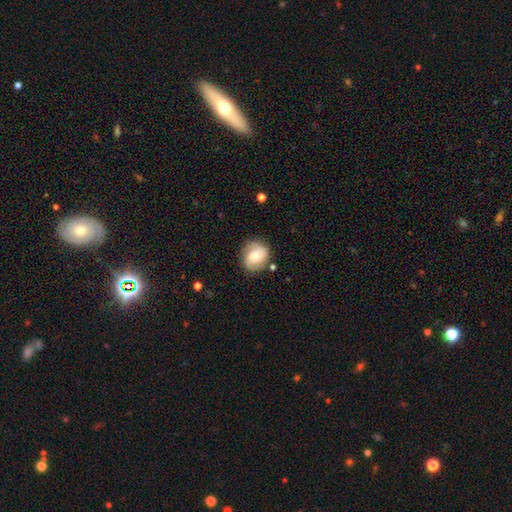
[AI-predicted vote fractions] A smooth galaxy with no disk features (47%).

Vote fractions:
- Smooth or featured? smooth: 47% / featured or disk: 45% / star or artifact: 8%
- Merging? none: 76% / minor disturbance: 16% / major disturbance: 5% / merger: 3%